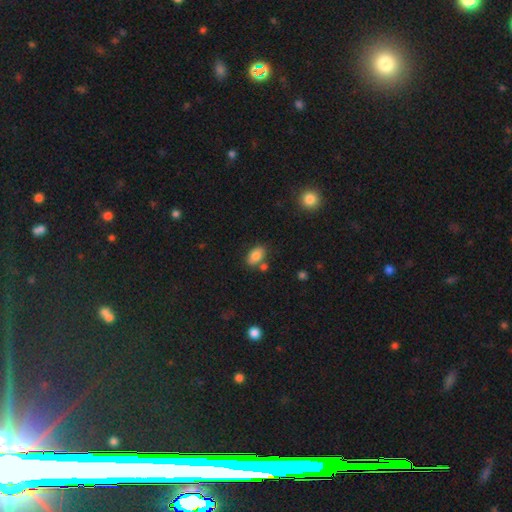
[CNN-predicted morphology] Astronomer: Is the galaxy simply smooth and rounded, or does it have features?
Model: smooth — 82%.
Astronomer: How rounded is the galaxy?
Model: in between — 90%.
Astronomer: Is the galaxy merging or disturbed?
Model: none — 72%.